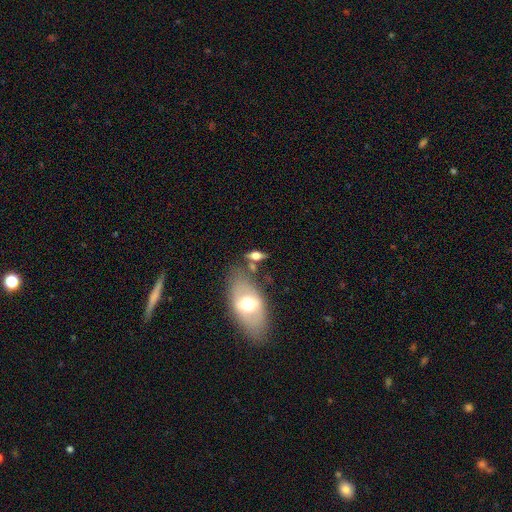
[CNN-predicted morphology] This is possibly a smooth galaxy (55%). How rounded: likely in between (68%). Merging: likely none (61%).